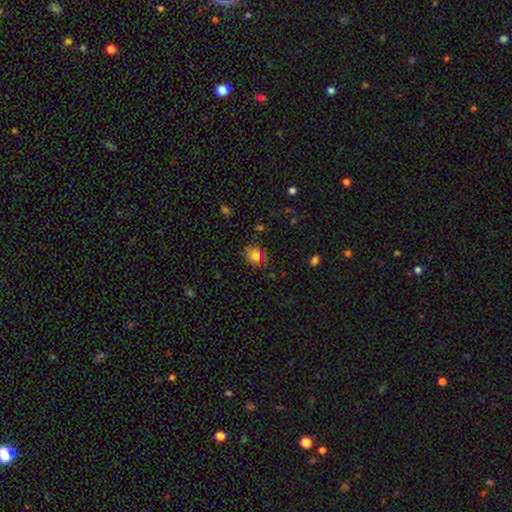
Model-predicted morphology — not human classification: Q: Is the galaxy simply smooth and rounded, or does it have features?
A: smooth — 70%.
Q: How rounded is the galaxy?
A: in between — 53%.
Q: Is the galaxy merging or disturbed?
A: none — 74%.